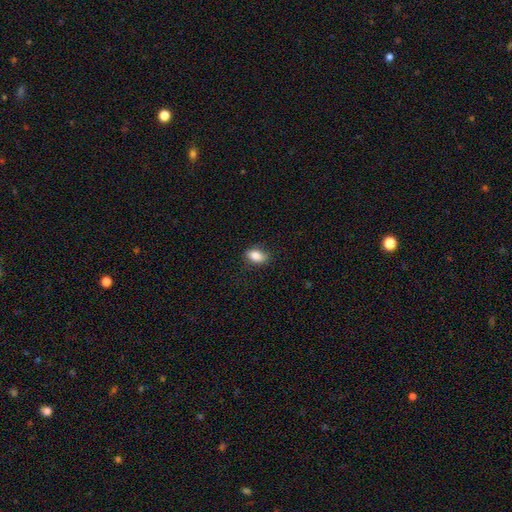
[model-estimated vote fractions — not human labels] Smooth or featured?
  - smooth: 85% *
  - star or artifact: 8%
  - featured or disk: 7%
How rounded?
  - in between: 85% *
  - round: 12%
  - cigar-shaped: 3%
Merging?
  - none: 83% *
  - minor disturbance: 13%
  - major disturbance: 3%
  - merger: 1%